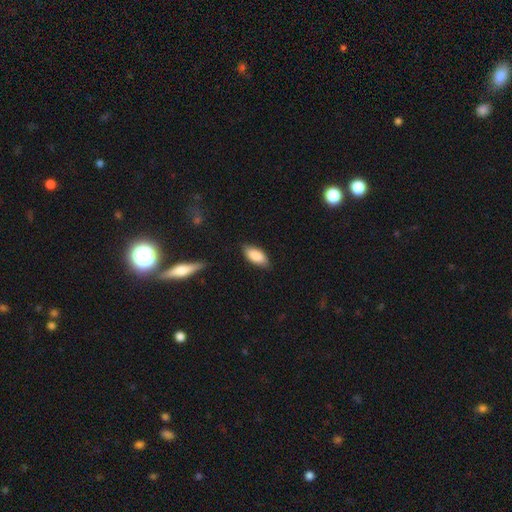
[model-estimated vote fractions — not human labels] Smooth or featured? smooth (87%)
How rounded? in between (89%)
Merging? none (82%)